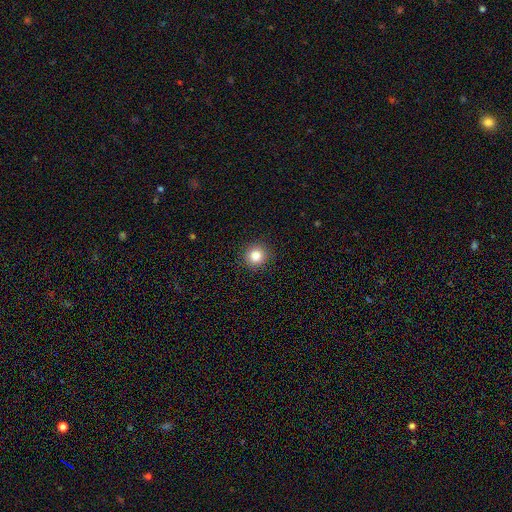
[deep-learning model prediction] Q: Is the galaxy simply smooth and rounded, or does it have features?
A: smooth — 84%.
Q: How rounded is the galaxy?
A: round — 93%.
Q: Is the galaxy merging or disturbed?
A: none — 92%.